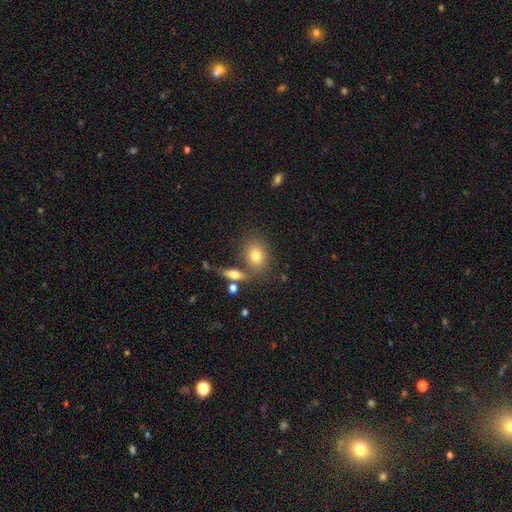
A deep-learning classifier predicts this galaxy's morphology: smooth-or-featured: smooth: 79% | featured or disk: 12% | star or artifact: 9%
  how-rounded: in between: 63% | round: 35% | cigar-shaped: 3%
  merging: none: 64% | merger: 18% | minor disturbance: 13% | major disturbance: 5%